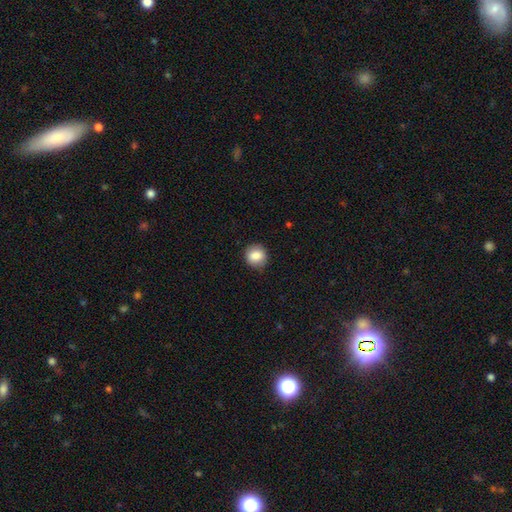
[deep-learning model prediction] A smooth galaxy with no disk features (85%) that is round (83%).

Vote fractions:
- Smooth or featured? smooth: 85% / star or artifact: 8% / featured or disk: 6%
- How rounded? round: 83% / in between: 16% / cigar-shaped: 1%
- Merging? none: 82% / minor disturbance: 14% / major disturbance: 3% / merger: 1%